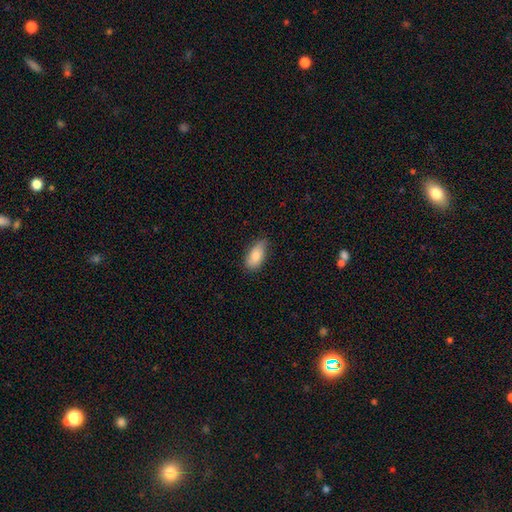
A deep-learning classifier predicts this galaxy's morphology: Smooth or featured: smooth — 84% (featured or disk — 10%)
How rounded: in between — 91% (cigar-shaped — 6%)
Merging: none — 70% (minor disturbance — 25%)